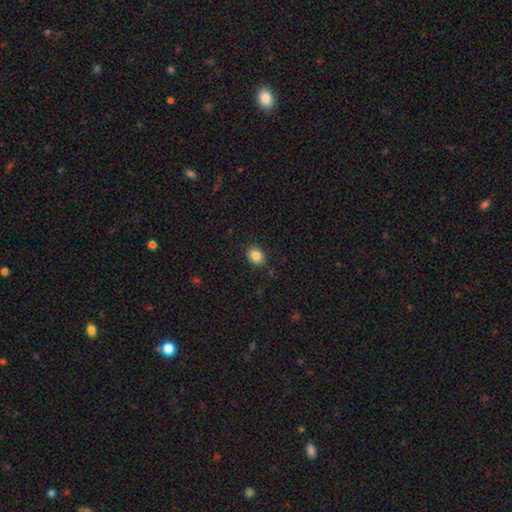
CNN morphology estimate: type=smooth (85%); roundness=round (50%); merging=none (88%).